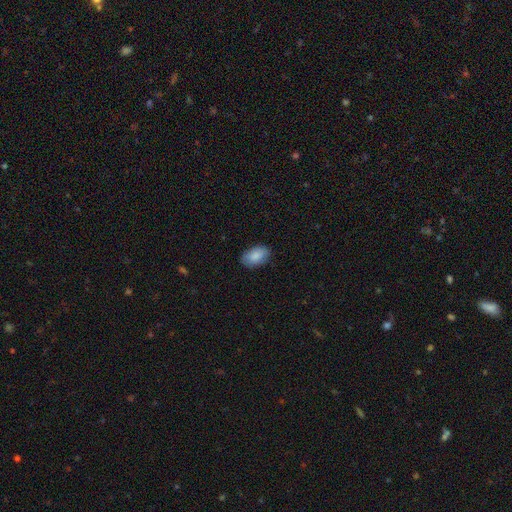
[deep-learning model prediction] smooth-or-featured: smooth: 88% | star or artifact: 6% | featured or disk: 6%
  how-rounded: in between: 93% | round: 6% | cigar-shaped: 1%
  merging: none: 85% | minor disturbance: 12% | major disturbance: 3% | merger: 1%